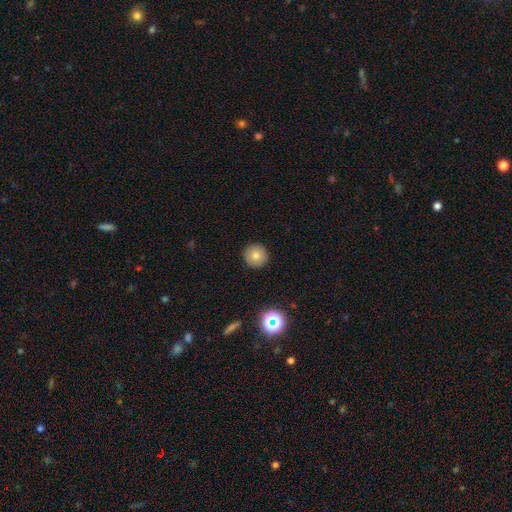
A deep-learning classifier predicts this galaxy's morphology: The model was most divided on "smooth or featured": smooth: 78%, star or artifact: 12%, featured or disk: 10%. More confident: how rounded — round (96%); merging — none (92%).